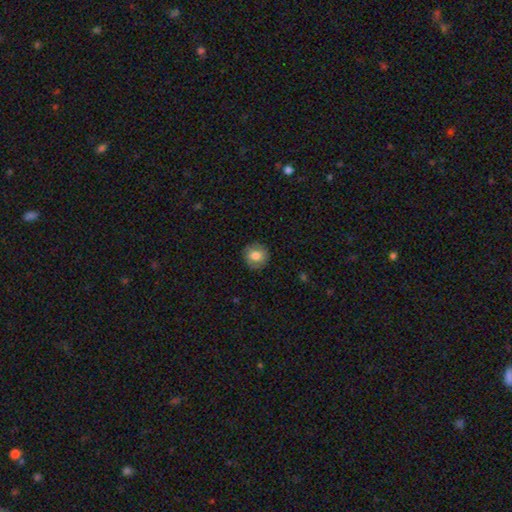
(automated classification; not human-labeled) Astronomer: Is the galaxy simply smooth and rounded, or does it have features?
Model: smooth — 77%.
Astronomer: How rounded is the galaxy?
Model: round — 90%.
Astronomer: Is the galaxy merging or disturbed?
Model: none — 87%.